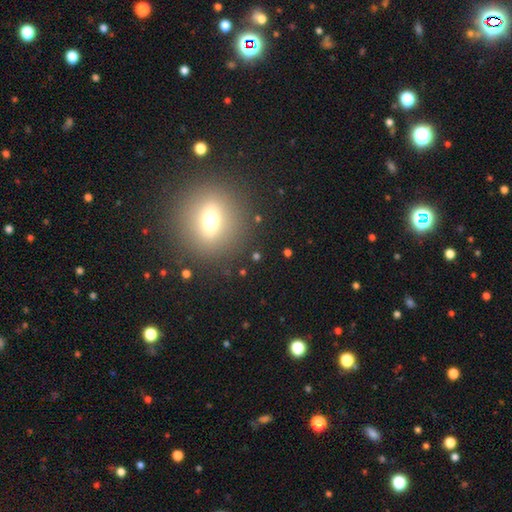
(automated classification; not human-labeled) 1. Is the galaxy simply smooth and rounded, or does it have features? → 50% smooth, 26% featured or disk, 25% star or artifact.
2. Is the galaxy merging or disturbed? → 86% none, 8% minor disturbance, 4% major disturbance, 3% merger.